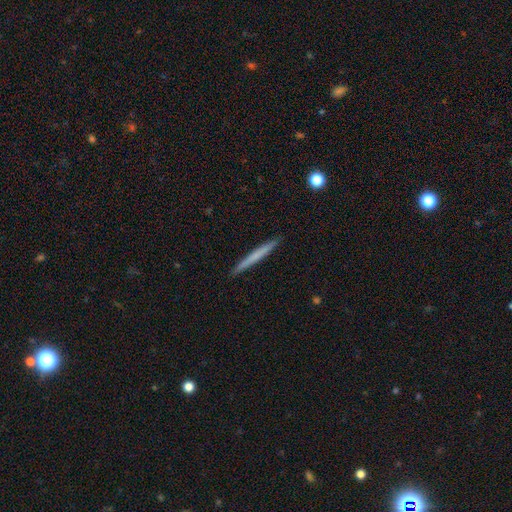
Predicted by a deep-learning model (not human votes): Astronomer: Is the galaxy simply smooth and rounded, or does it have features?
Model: smooth — 60%.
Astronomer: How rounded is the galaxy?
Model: cigar-shaped — 97%.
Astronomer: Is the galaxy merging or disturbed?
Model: none — 93%.